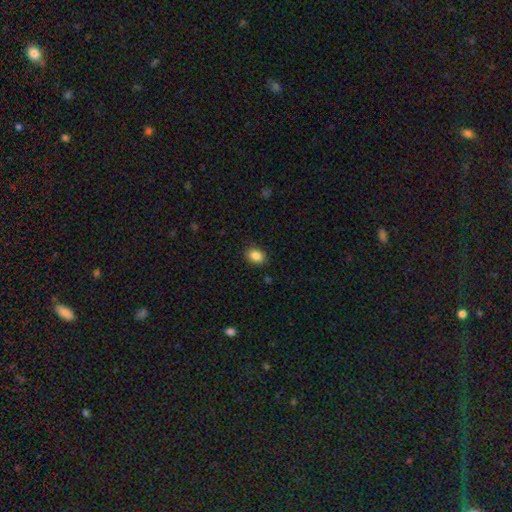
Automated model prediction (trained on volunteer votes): Smooth or featured?
  - smooth: 87% *
  - star or artifact: 9%
  - featured or disk: 4%
How rounded?
  - in between: 72% *
  - round: 27%
  - cigar-shaped: 1%
Merging?
  - none: 87% *
  - minor disturbance: 10%
  - major disturbance: 2%
  - merger: 1%